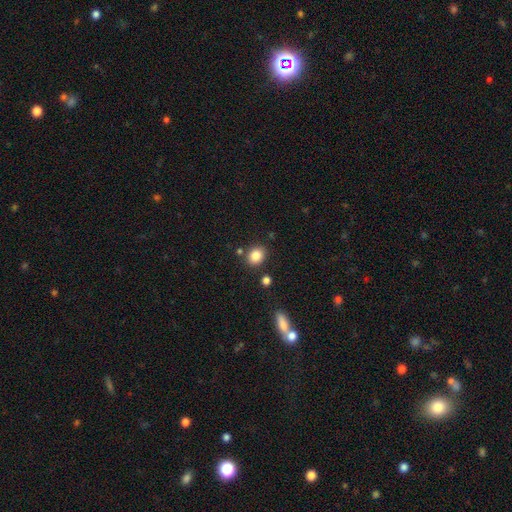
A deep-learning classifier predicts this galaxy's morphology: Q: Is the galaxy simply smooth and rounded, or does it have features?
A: smooth — 84%.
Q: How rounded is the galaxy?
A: round — 57%.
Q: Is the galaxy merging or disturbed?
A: none — 81%.